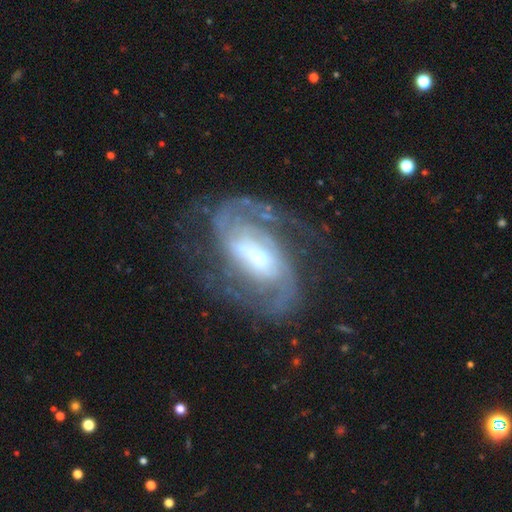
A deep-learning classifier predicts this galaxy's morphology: A featured or disk galaxy (90%) with a weak bar (42%), 2 (72%) medium (50%) spiral arms (97%) and a moderate central bulge (43%, tied with small). Merging: none (67%).